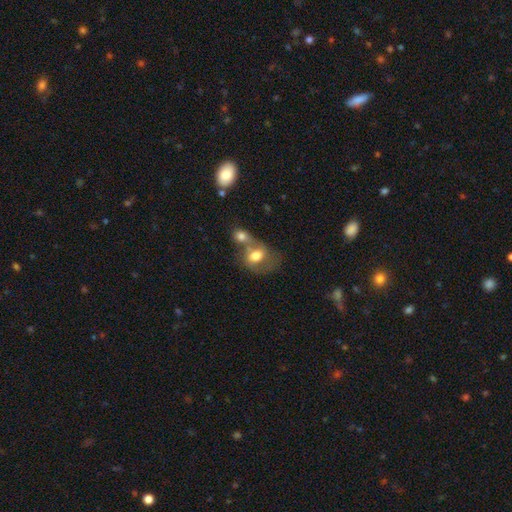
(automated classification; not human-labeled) Smooth or featured?
  - smooth: 64% *
  - featured or disk: 28%
  - star or artifact: 9%
How rounded?
  - in between: 60% *
  - round: 38%
  - cigar-shaped: 1%
Merging?
  - merger: 60% *
  - none: 20%
  - minor disturbance: 10%
  - major disturbance: 9%